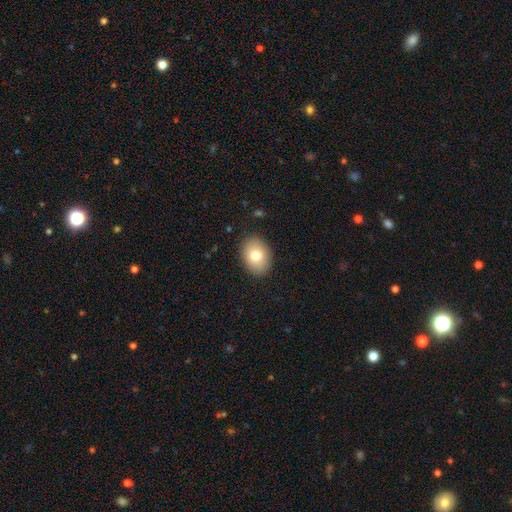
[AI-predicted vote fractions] The model was most divided on "how rounded": in between: 70%, round: 29%, cigar-shaped: 1%. More confident: merging — none (88%); smooth or featured — smooth (78%).